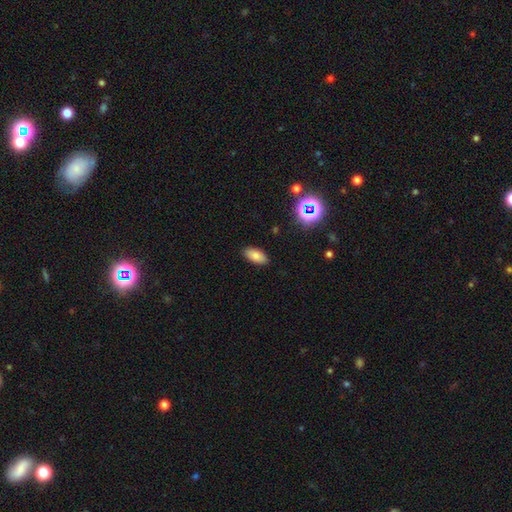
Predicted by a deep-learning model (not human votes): smooth 78%, star or artifact 12%, featured or disk 10%. Down the decision tree: how rounded — in between (91%); merging — none (88%).